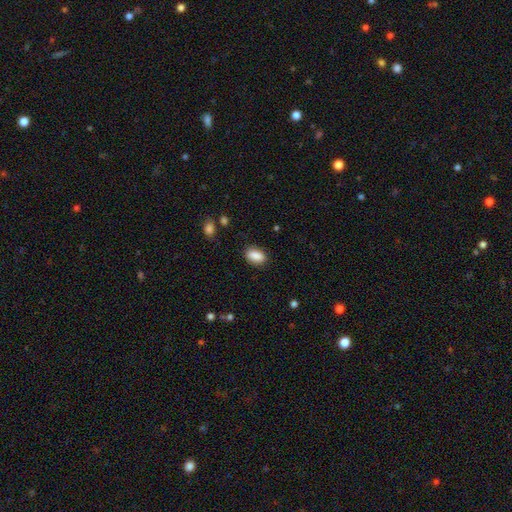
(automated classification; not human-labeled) Smooth or featured: smooth — 88% (star or artifact — 7%)
How rounded: in between — 88% (round — 9%)
Merging: none — 84% (minor disturbance — 11%)